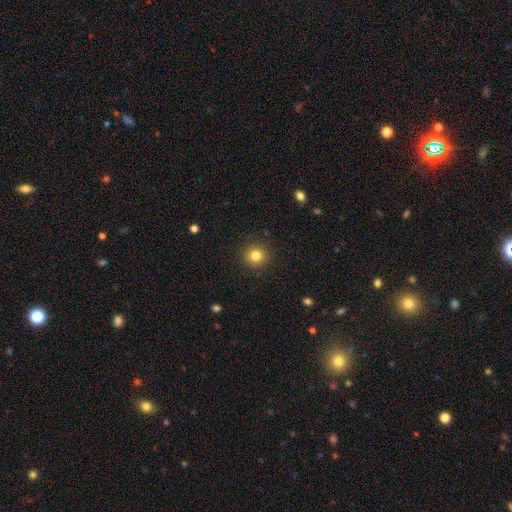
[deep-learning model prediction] Overall: smooth (82%). How rounded: round (92%). Merging: none (91%).